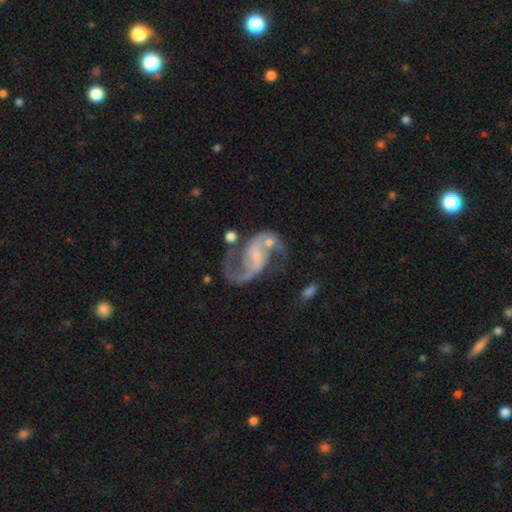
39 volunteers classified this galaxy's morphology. Overall: featured or disk (100%). Edge-on disk: no (97%). Bar: weak (45%; no 32%). Spiral arms: yes (100%). Spiral arm count: 2 (97%). Spiral winding: loose (55%; medium 37%). Bulge size: small (55%; moderate 29%). Merging: none (49%; merger 26%).